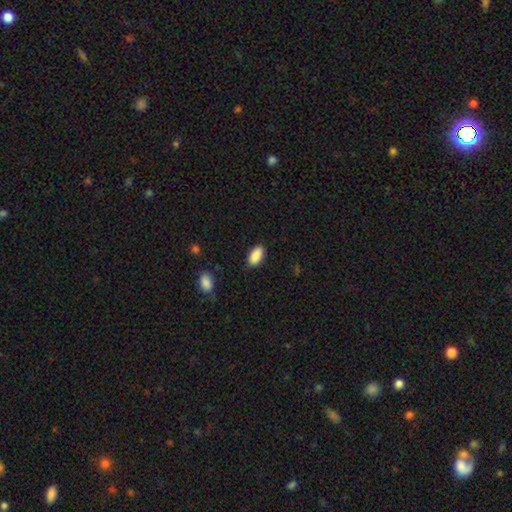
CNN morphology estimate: type=smooth (90%); roundness=in between (93%); merging=none (86%).